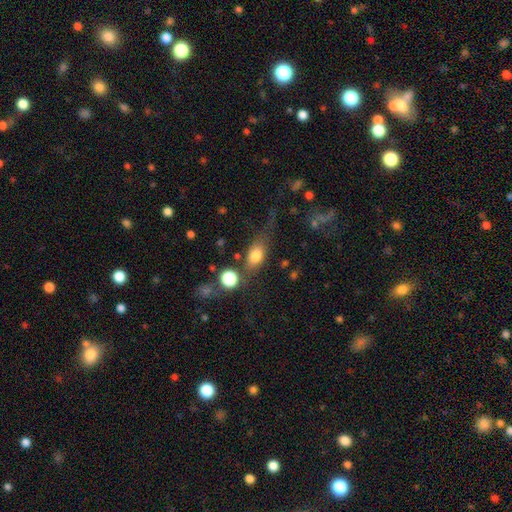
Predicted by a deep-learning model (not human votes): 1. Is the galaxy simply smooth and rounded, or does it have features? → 73% smooth, 16% featured or disk, 11% star or artifact.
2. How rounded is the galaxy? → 73% in between, 19% round, 8% cigar-shaped.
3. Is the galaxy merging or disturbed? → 54% none, 20% minor disturbance, 15% major disturbance, 10% merger.